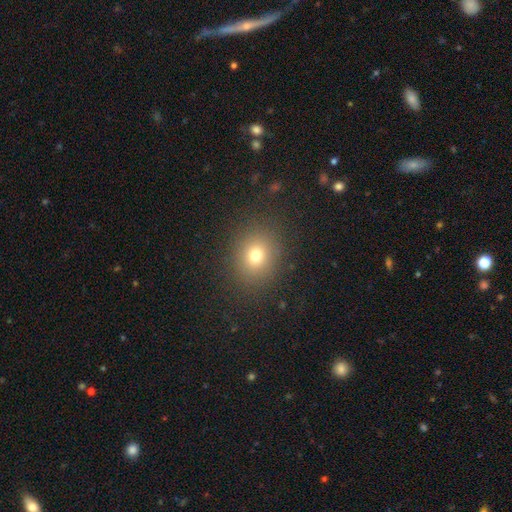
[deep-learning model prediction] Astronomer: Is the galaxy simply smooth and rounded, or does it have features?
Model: smooth — 73%.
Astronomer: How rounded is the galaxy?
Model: round — 67%.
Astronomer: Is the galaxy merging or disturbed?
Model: none — 86%.